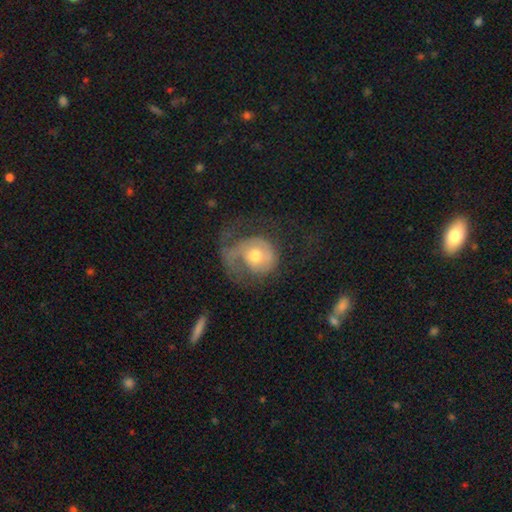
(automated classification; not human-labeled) A featured or disk galaxy (60%) with no bar (79%), spiral arms (74%) and a moderate central bulge (68%).

Vote fractions:
- Smooth or featured? featured or disk: 60% / smooth: 33% / star or artifact: 7%
- Edge-on disk? no: 97% / yes: 3%
- Bar? no: 79% / weak: 17% / strong: 3%
- Spiral arms? yes: 74% / no: 26%
- Bulge size? moderate: 68% / small: 23% / large: 7% / dominant: 1% / none: 1%
- Merging? major disturbance: 47% / none: 32% / minor disturbance: 18% / merger: 3%